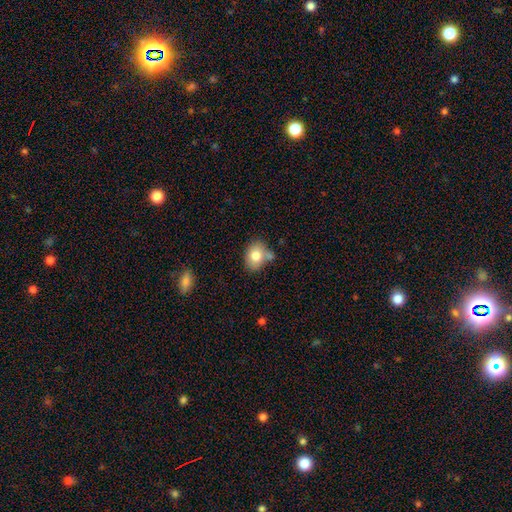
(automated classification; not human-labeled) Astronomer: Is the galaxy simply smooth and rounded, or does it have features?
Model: smooth — 78%.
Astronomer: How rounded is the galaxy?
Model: in between — 63%.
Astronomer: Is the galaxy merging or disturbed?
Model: none — 60%.